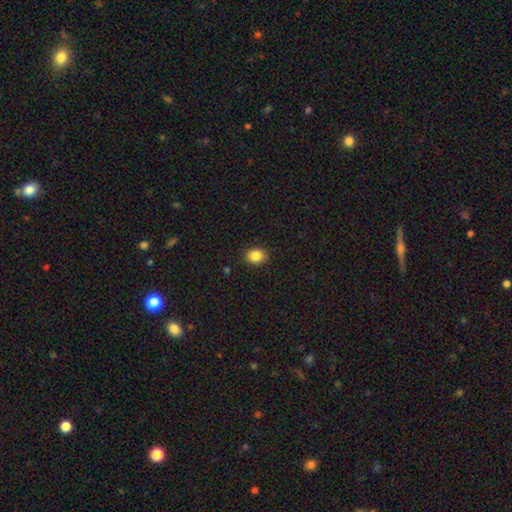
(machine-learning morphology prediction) This is clearly a smooth galaxy (86%). How rounded: possibly round (59%). Merging: clearly none (88%).